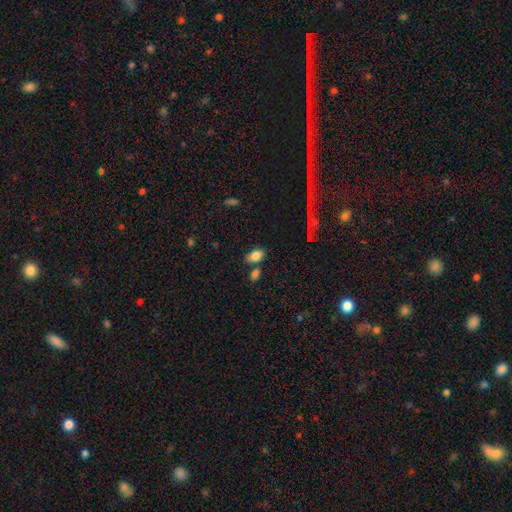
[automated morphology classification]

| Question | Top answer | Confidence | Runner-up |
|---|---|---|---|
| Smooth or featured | smooth | 83% | star or artifact (9%) |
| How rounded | in between | 91% | round (7%) |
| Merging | none | 66% | merger (15%) |